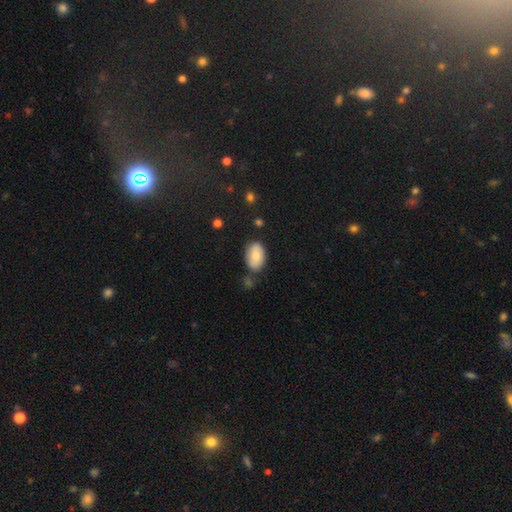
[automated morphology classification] smooth_or_featured: smooth (p=0.79) [alt: featured or disk p=0.14]
how_rounded: in between (p=0.91) [alt: round p=0.08]
merging: none (p=0.72) [alt: minor disturbance p=0.17]